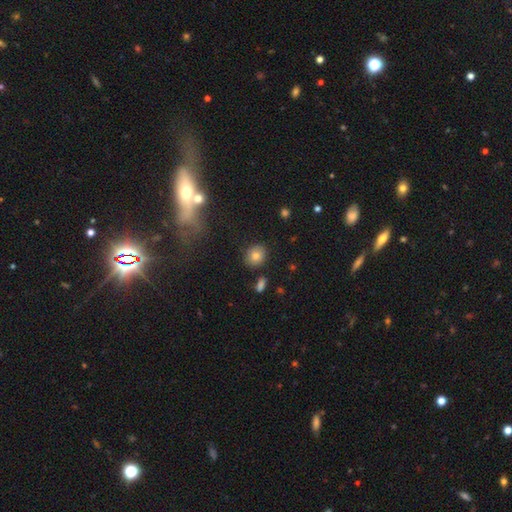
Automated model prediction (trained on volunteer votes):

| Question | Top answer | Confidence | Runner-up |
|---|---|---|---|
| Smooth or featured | smooth | 79% | star or artifact (11%) |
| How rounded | round | 65% | in between (34%) |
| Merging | none | 85% | minor disturbance (9%) |